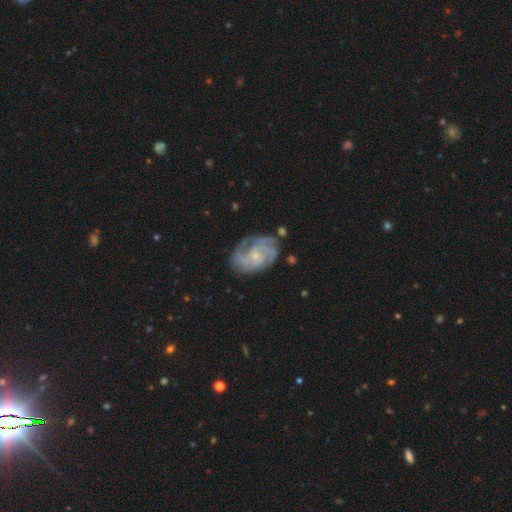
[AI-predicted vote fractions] A featured or disk galaxy (86%) with no bar (64%), 3 (30%) tight (58%) spiral arms (97%) and a small central bulge (76%). Merging: none (69%).